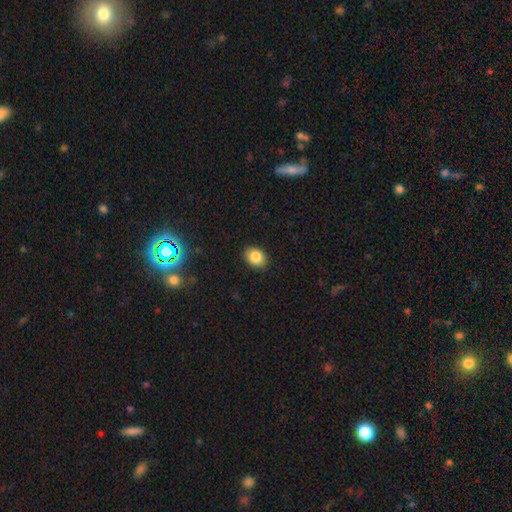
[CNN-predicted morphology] smooth_or_featured: smooth (p=0.84) [alt: star or artifact p=0.09]
how_rounded: in between (p=0.68) [alt: round p=0.31]
merging: none (p=0.88) [alt: minor disturbance p=0.09]